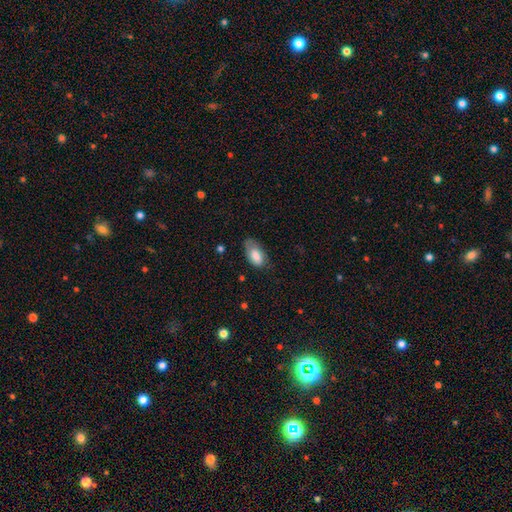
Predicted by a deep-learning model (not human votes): The model was most divided on "merging": none: 51%, minor disturbance: 34%, major disturbance: 13%, merger: 2%. More confident: how rounded — in between (94%); smooth or featured — smooth (78%).